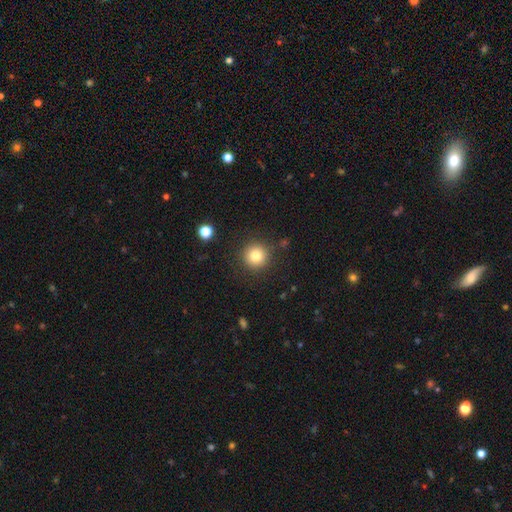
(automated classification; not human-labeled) smooth 80%, star or artifact 12%, featured or disk 8%. Down the decision tree: how rounded — round (95%); merging — none (88%).